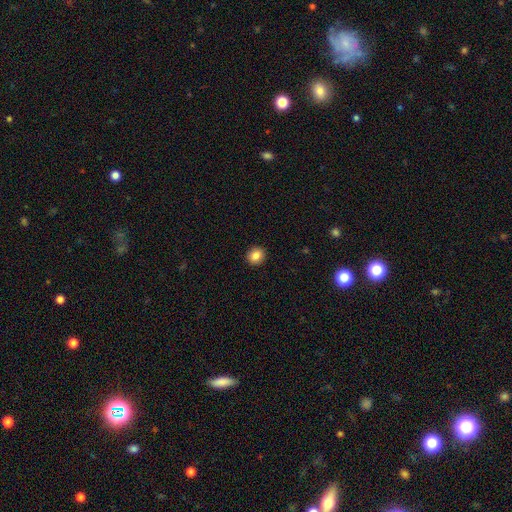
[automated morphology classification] smooth 85%, star or artifact 10%, featured or disk 5%. Down the decision tree: how rounded — round (83%); merging — none (93%).